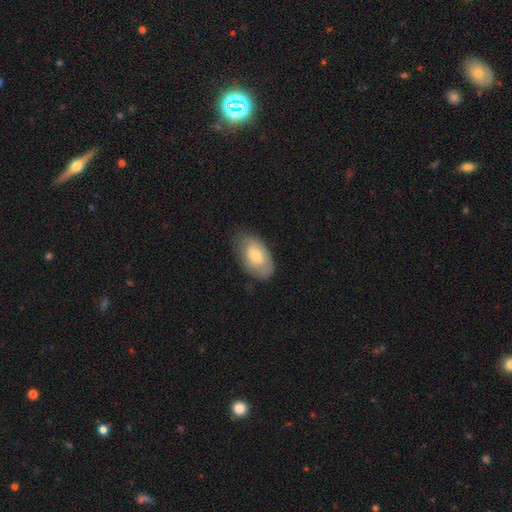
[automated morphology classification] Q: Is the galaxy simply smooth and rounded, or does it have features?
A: smooth — 67%.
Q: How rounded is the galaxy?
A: in between — 92%.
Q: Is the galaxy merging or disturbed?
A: none — 67%.